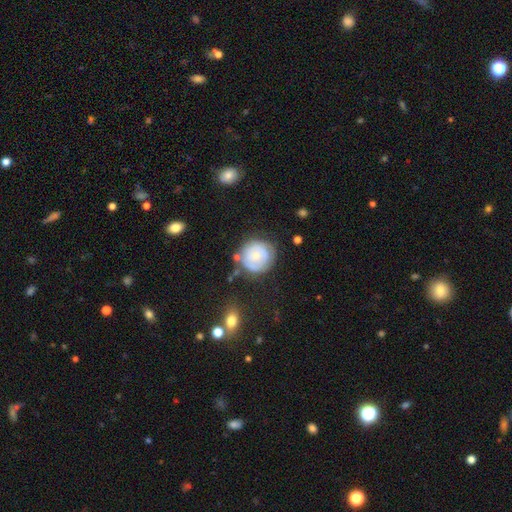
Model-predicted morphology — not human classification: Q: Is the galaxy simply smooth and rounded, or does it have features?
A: featured or disk — 48%.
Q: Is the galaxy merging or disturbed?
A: none — 65%.